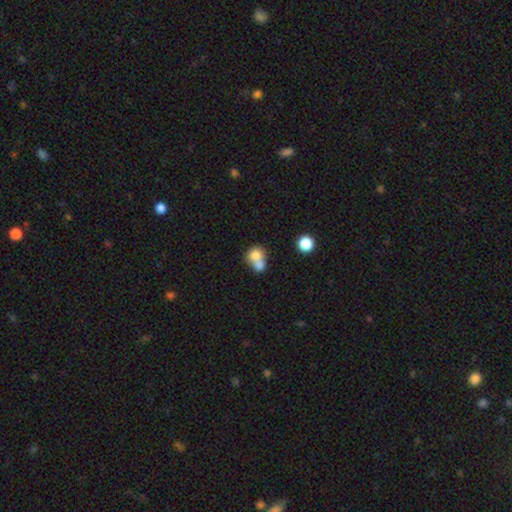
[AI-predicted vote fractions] A smooth galaxy with no disk features (76%) that is round (72%).

Vote fractions:
- Smooth or featured? smooth: 76% / featured or disk: 15% / star or artifact: 10%
- How rounded? round: 72% / in between: 27% / cigar-shaped: 1%
- Merging? merger: 67% / none: 25% / minor disturbance: 6% / major disturbance: 3%